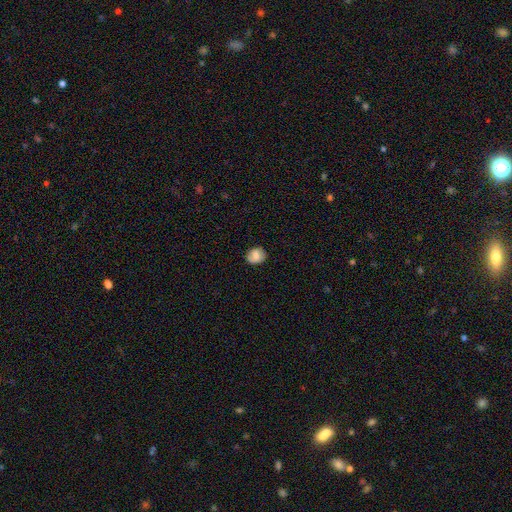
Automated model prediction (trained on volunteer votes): Overall: smooth (67%). How rounded: round (69%; in between 30%). Merging: none (81%).